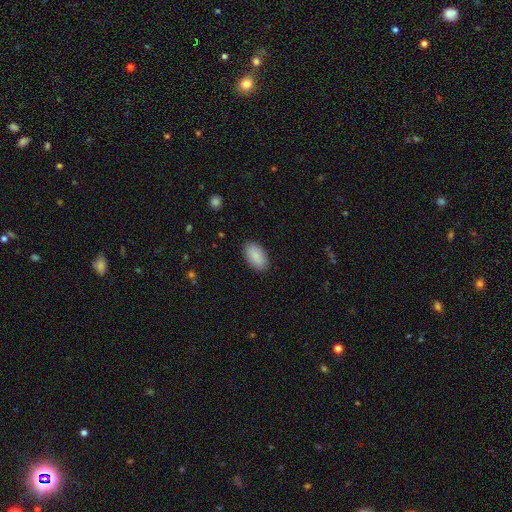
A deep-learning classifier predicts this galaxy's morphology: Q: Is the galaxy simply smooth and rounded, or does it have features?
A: smooth — 88%.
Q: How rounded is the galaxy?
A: in between — 94%.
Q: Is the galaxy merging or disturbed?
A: none — 88%.